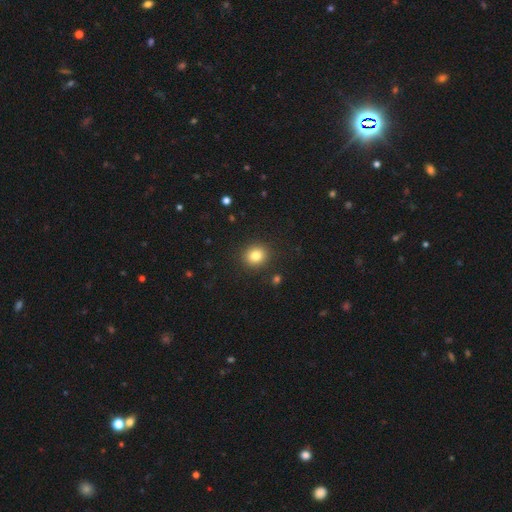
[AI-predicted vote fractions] Smooth or featured?
  - smooth: 82% *
  - star or artifact: 11%
  - featured or disk: 7%
How rounded?
  - round: 81% *
  - in between: 18%
  - cigar-shaped: 1%
Merging?
  - none: 90% *
  - minor disturbance: 6%
  - major disturbance: 2%
  - merger: 1%